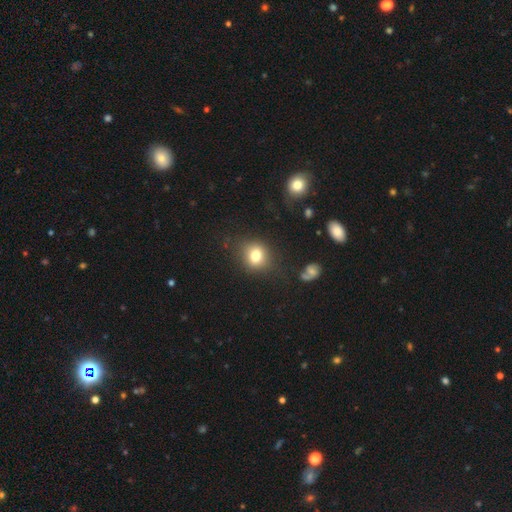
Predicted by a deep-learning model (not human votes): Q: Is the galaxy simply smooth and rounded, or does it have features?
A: smooth — 78%.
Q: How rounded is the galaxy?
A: round — 73%.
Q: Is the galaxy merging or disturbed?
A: none — 80%.